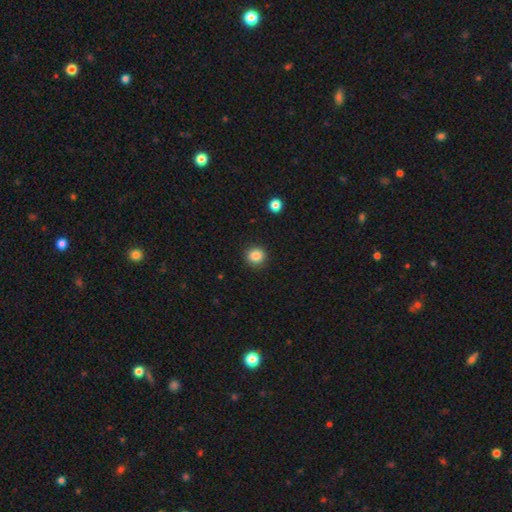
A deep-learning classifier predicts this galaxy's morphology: smooth 86%, star or artifact 10%, featured or disk 4%. Down the decision tree: how rounded — round (90%); merging — none (90%).